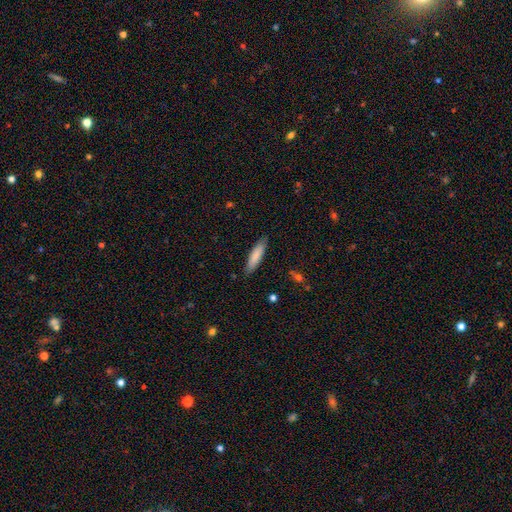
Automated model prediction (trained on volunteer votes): smooth-or-featured: smooth: 81% | featured or disk: 13% | star or artifact: 6%
  how-rounded: cigar-shaped: 76% | in between: 23% | round: 1%
  merging: none: 85% | minor disturbance: 12% | major disturbance: 2% | merger: 1%